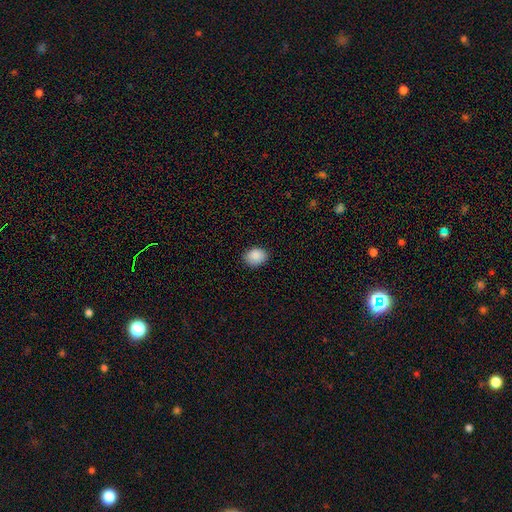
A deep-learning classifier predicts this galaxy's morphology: Overall: smooth (89%). How rounded: in between (53%; round 46%). Merging: none (86%).